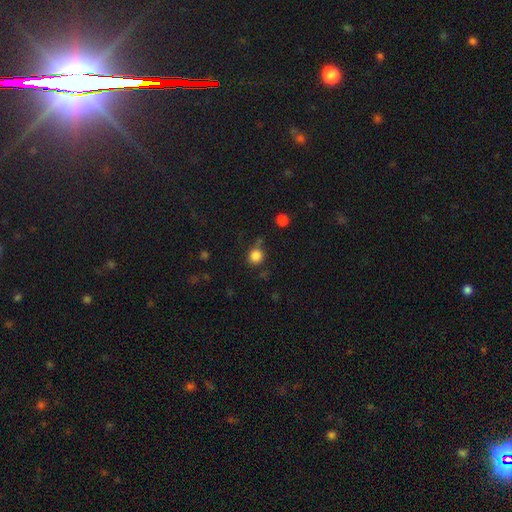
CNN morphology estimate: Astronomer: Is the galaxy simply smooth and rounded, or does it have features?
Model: smooth — 84%.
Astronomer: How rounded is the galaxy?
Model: round — 91%.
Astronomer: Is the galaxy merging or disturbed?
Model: none — 73%.